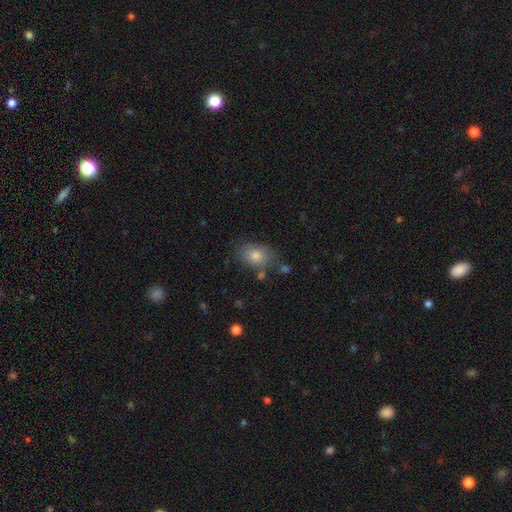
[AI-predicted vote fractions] Morphology: type=smooth (75%); roundness=in between (74%); merging=none (71%).